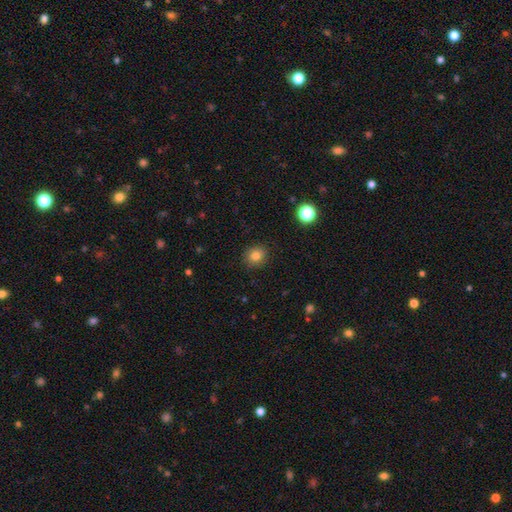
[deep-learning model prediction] This appears to be a smooth galaxy with no disk features (81%) that is round (80%). Merging: none (89%).